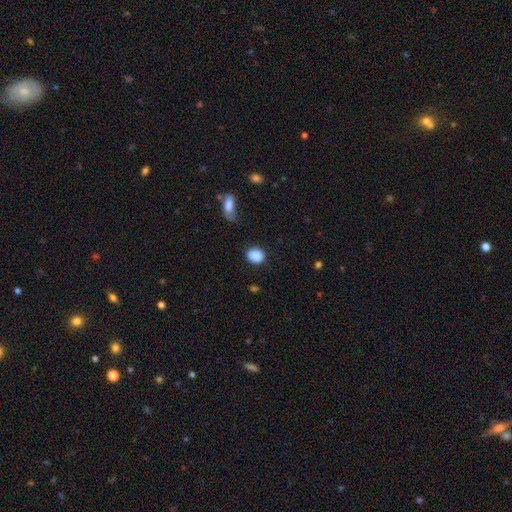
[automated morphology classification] smooth_or_featured: smooth (p=0.88) [alt: star or artifact p=0.08]
how_rounded: round (p=0.51) [alt: in between p=0.48]
merging: none (p=0.79) [alt: minor disturbance p=0.15]